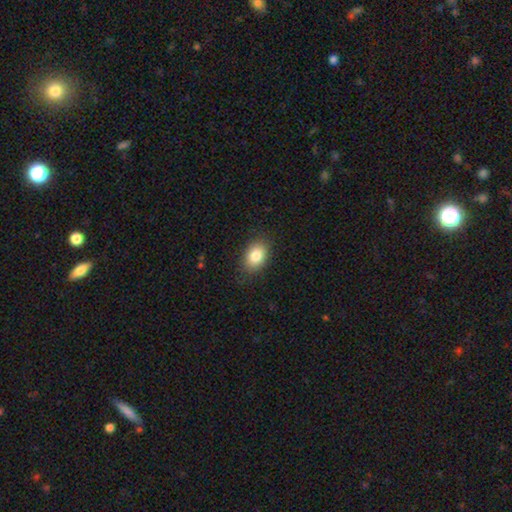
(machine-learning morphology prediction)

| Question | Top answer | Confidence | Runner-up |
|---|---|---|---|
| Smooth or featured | smooth | 84% | star or artifact (8%) |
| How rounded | in between | 80% | round (19%) |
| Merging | none | 85% | minor disturbance (12%) |